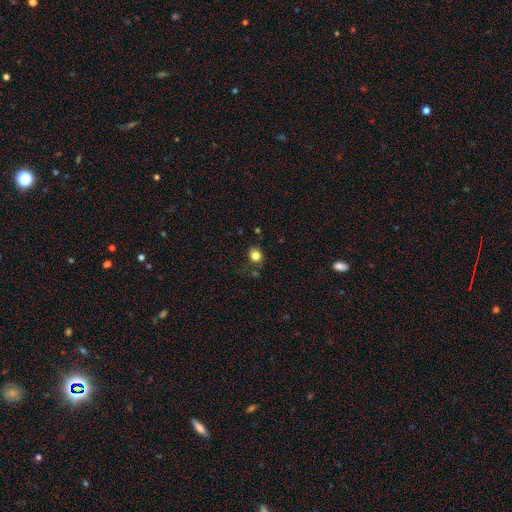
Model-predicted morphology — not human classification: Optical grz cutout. It shows a smooth galaxy with no disk features (82%) that is round (79%). Merging: none (78%).